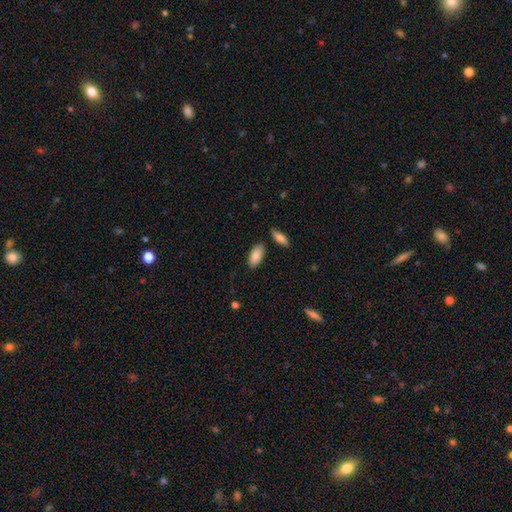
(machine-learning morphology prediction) Q: Smooth or featured?
A: smooth (88%); runner-up: star or artifact (6%)
Q: How rounded?
A: in between (90%); runner-up: cigar-shaped (8%)
Q: Merging?
A: none (83%); runner-up: minor disturbance (10%)